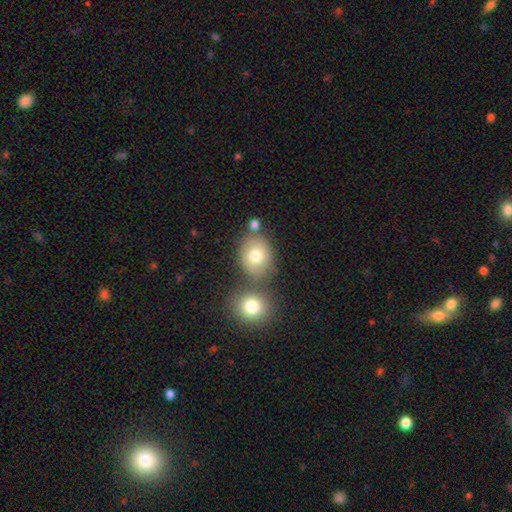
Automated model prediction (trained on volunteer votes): This is likely a smooth galaxy (76%). How rounded: likely round (61%). Merging: likely none (61%).